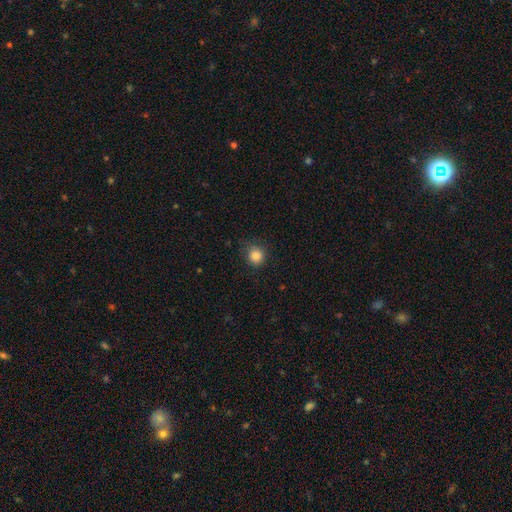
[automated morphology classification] This is clearly a smooth galaxy (85%). How rounded: clearly round (88%). Merging: likely none (79%).